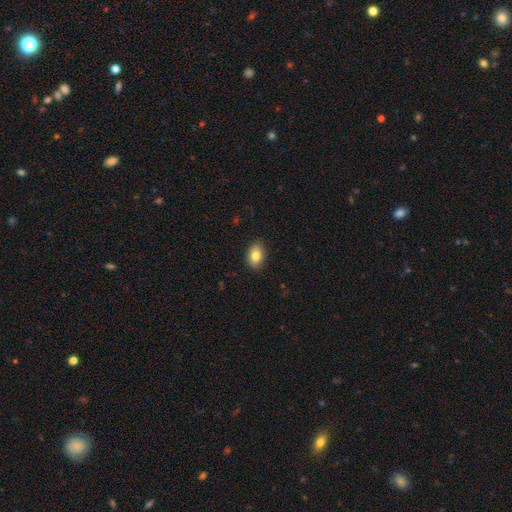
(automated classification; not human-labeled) Smooth or featured: smooth — 82% (featured or disk — 10%)
How rounded: in between — 81% (round — 18%)
Merging: none — 89% (minor disturbance — 8%)